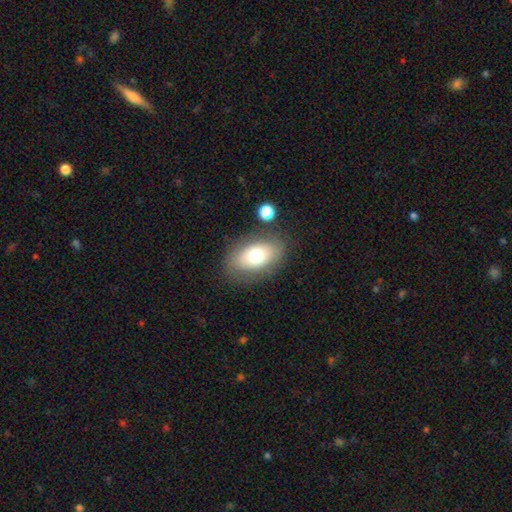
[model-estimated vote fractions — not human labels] A smooth galaxy with no disk features (70%) that is in between round and cigar-shaped (87%).

Vote fractions:
- Smooth or featured? smooth: 70% / featured or disk: 22% / star or artifact: 9%
- How rounded? in between: 87% / round: 12% / cigar-shaped: 1%
- Merging? none: 79% / minor disturbance: 13% / major disturbance: 5% / merger: 4%